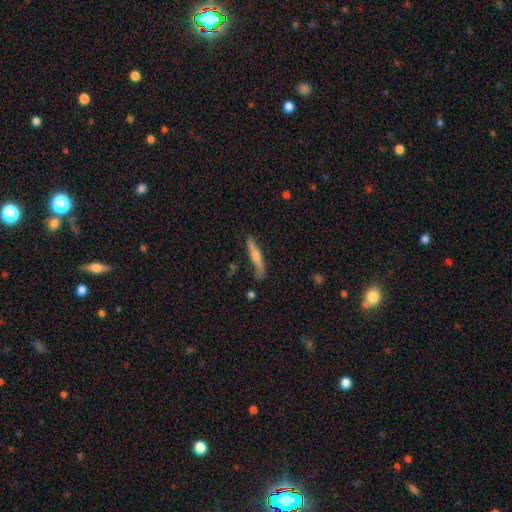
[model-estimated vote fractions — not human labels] This is possibly a featured or disk galaxy (53%). It is clearly viewed edge-on (91%). Merging: likely none (78%).